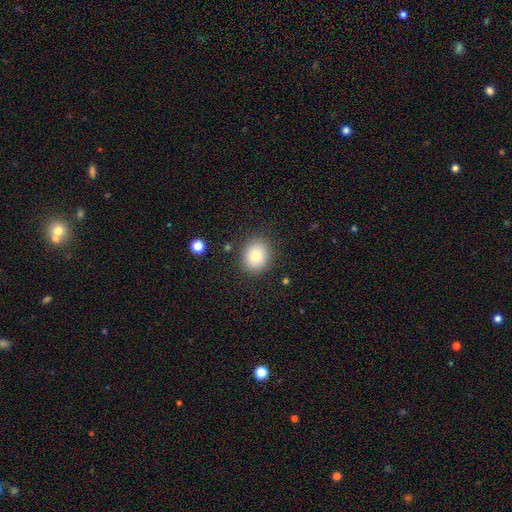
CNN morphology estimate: smooth 80%, star or artifact 10%, featured or disk 10%. Down the decision tree: how rounded — round (71%); merging — none (87%).